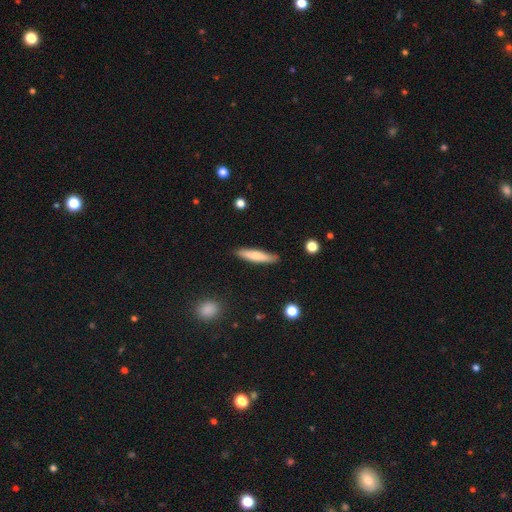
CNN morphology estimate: smooth-or-featured: smooth: 69% | featured or disk: 25% | star or artifact: 6%
  how-rounded: cigar-shaped: 85% | in between: 13% | round: 2%
  merging: none: 87% | minor disturbance: 9% | major disturbance: 2% | merger: 1%